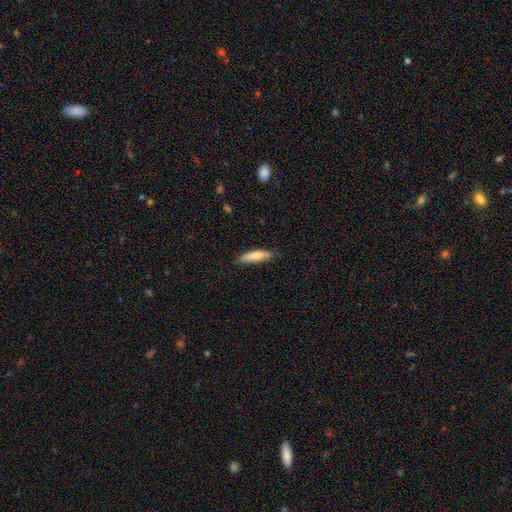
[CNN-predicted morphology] This appears to be a smooth galaxy with no disk features (74%) that is cigar-shaped (70%). Merging: none (83%).